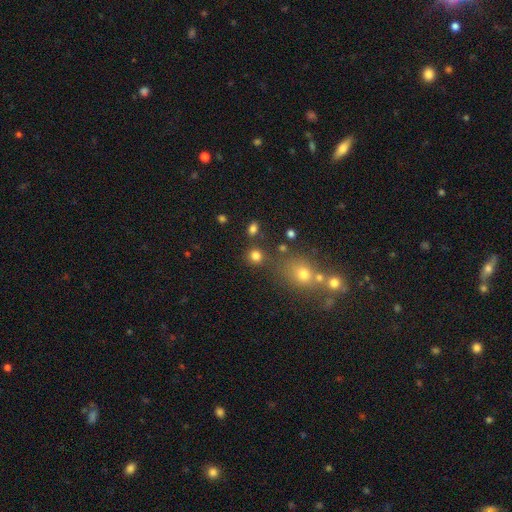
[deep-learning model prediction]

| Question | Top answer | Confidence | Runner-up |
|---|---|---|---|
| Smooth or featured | smooth | 79% | star or artifact (15%) |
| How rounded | round | 84% | in between (15%) |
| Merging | none | 75% | merger (11%) |